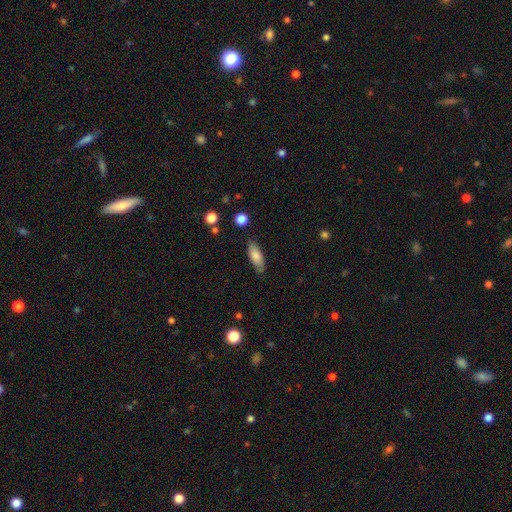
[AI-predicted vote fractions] Smooth or featured?
  - smooth: 80% *
  - featured or disk: 13%
  - star or artifact: 7%
How rounded?
  - in between: 73% *
  - cigar-shaped: 25%
  - round: 2%
Merging?
  - none: 77% *
  - minor disturbance: 17%
  - major disturbance: 3%
  - merger: 2%